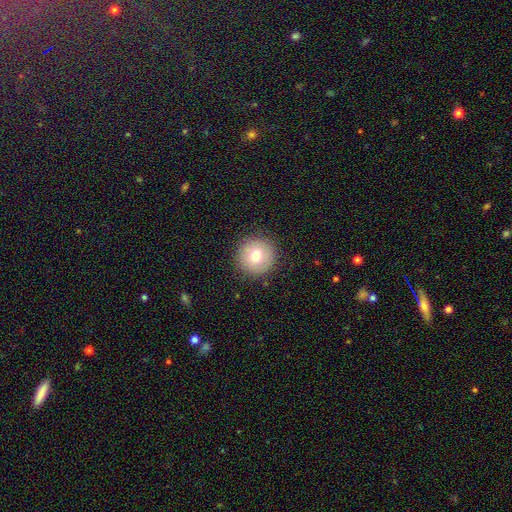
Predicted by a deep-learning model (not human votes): Q: Smooth or featured?
A: smooth (73%); runner-up: featured or disk (17%)
Q: How rounded?
A: round (95%); runner-up: in between (4%)
Q: Merging?
A: none (89%); runner-up: minor disturbance (7%)